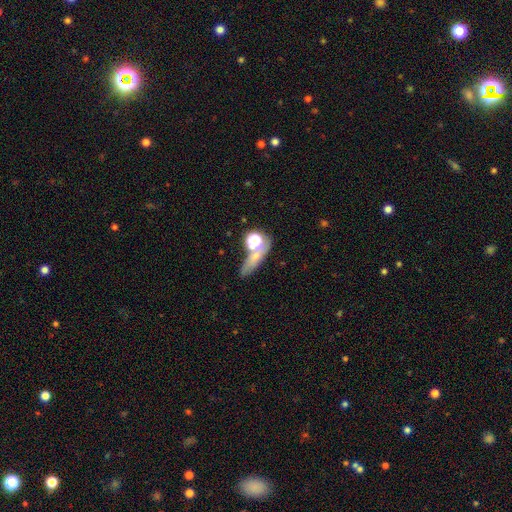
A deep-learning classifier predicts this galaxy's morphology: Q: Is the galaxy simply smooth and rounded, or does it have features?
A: smooth — 47%.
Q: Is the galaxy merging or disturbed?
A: none — 54%.